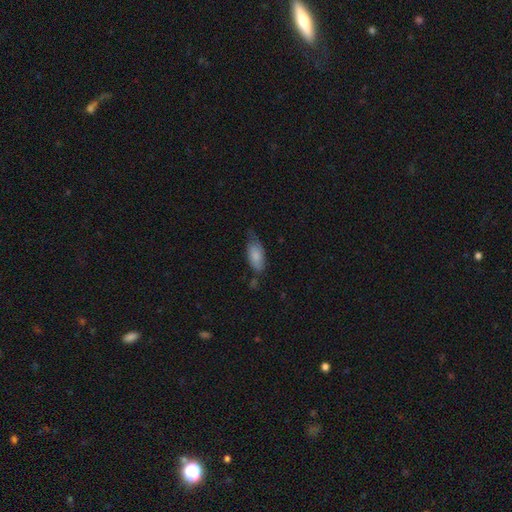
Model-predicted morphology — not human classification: This appears to be a smooth galaxy with no disk features (80%) that is in between round and cigar-shaped (86%). Merging: none (46%).